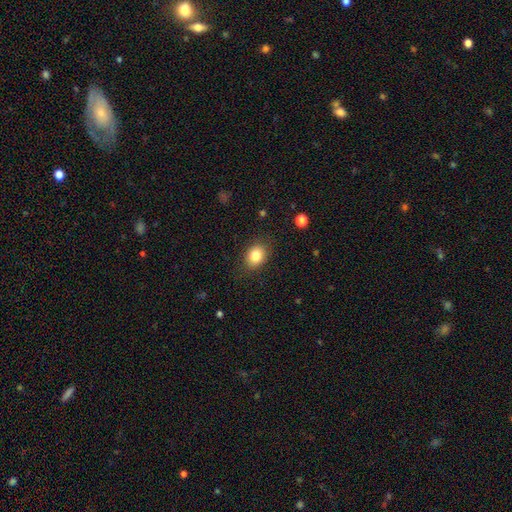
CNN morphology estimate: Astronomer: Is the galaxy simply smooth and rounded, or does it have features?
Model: smooth — 83%.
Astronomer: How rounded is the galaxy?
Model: in between — 58% (runner-up: round, 41%).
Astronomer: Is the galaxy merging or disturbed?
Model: none — 84%.